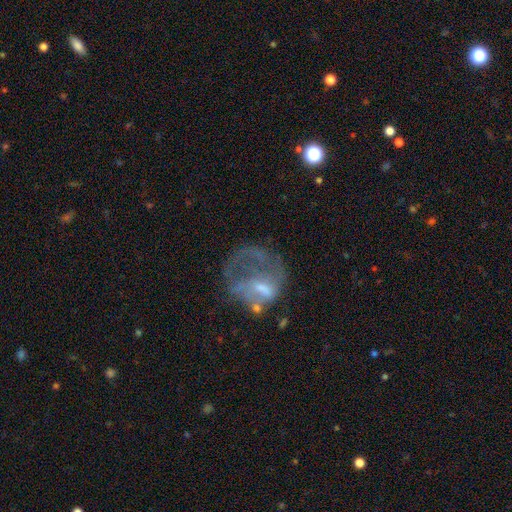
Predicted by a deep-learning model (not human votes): Q: Smooth or featured?
A: featured or disk (59%); runner-up: smooth (27%)
Q: Edge-on disk?
A: no (96%); runner-up: yes (4%)
Q: Bar?
A: no (57%); runner-up: weak (33%)
Q: Spiral arms?
A: no (64%); runner-up: yes (36%)
Q: Bulge size?
A: small (40%); runner-up: moderate (31%)
Q: Merging?
A: major disturbance (41%); runner-up: none (34%)